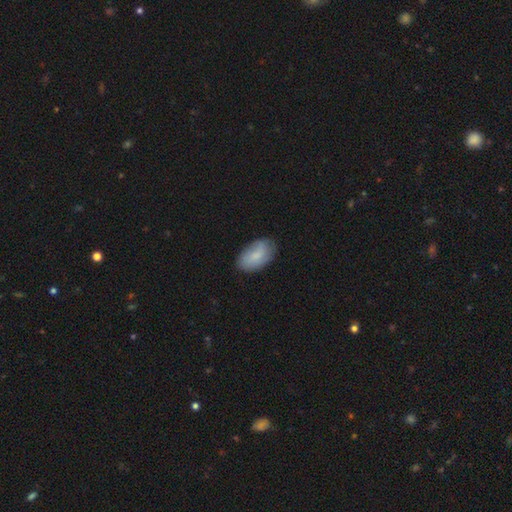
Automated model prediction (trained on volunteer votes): Smooth or featured? smooth (77%)
How rounded? in between (94%)
Merging? none (77%)